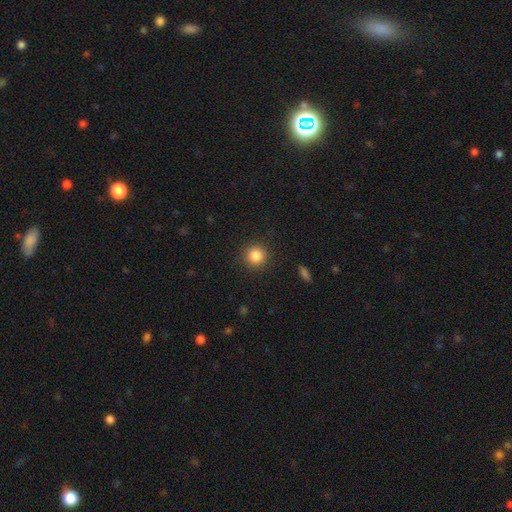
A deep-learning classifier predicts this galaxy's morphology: Q: Smooth or featured?
A: smooth (85%); runner-up: star or artifact (10%)
Q: How rounded?
A: round (94%); runner-up: in between (5%)
Q: Merging?
A: none (91%); runner-up: minor disturbance (6%)